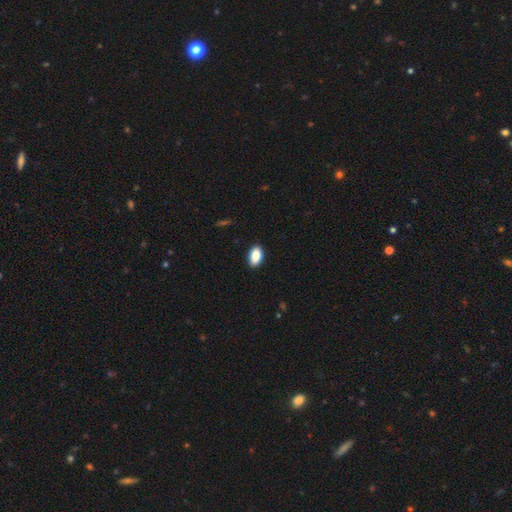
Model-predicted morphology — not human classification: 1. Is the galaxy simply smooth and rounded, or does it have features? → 89% smooth, 7% star or artifact, 4% featured or disk.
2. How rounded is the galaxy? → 93% in between, 5% round, 2% cigar-shaped.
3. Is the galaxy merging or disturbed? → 89% none, 8% minor disturbance, 2% major disturbance, 1% merger.